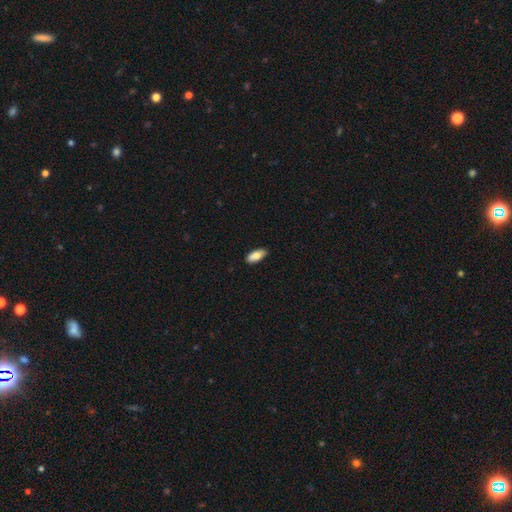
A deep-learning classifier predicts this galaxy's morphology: Smooth or featured? Predicted: smooth (p=0.81). How rounded? Predicted: in between (p=0.85). Merging? Predicted: none (p=0.86).